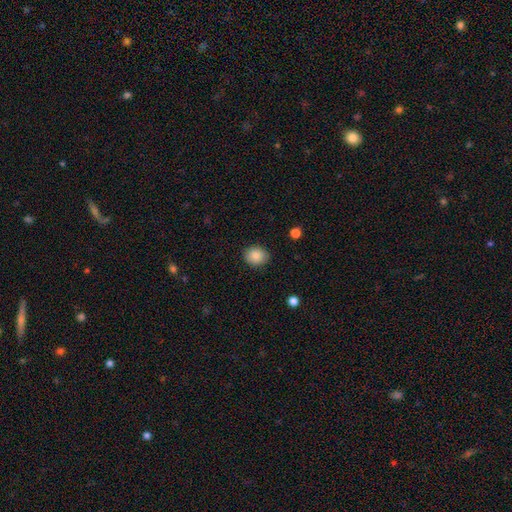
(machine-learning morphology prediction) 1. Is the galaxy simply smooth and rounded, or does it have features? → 88% smooth, 8% star or artifact, 4% featured or disk.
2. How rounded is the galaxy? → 61% round, 38% in between, 1% cigar-shaped.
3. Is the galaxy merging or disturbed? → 86% none, 10% minor disturbance, 3% major disturbance, 1% merger.